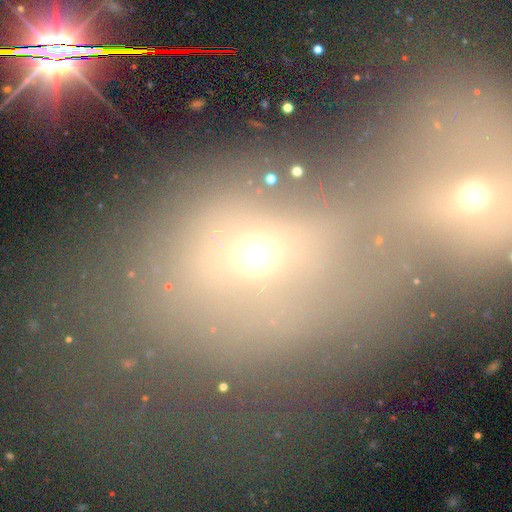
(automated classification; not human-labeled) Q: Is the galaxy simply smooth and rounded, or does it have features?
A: smooth — 64%.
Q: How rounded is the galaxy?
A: round — 66%.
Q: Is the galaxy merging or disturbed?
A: none — 60%.